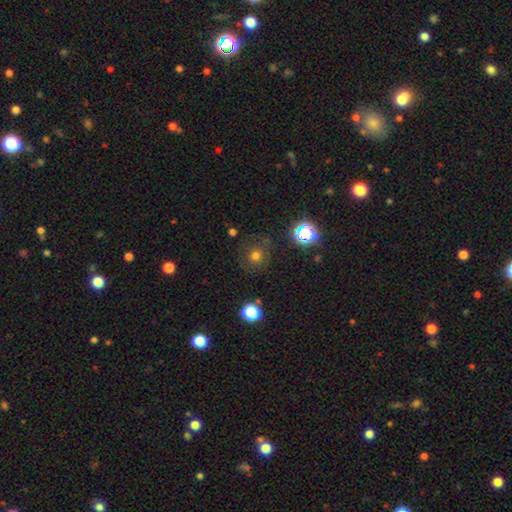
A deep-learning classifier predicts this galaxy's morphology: This appears to be a smooth galaxy with no disk features (67%) that is round (92%). Merging: none (82%).